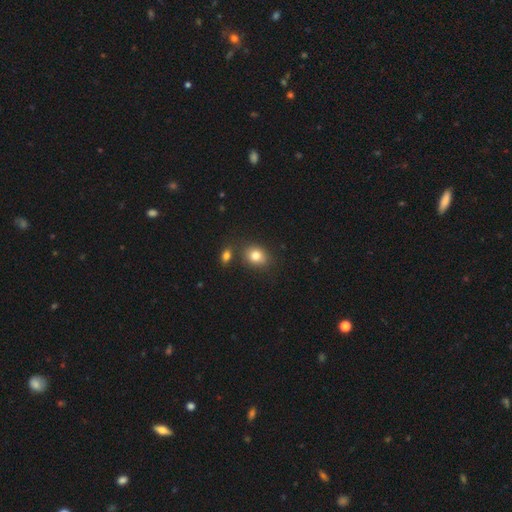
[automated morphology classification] This is clearly a smooth galaxy (81%). How rounded: possibly in between (53%). Merging: likely none (72%).